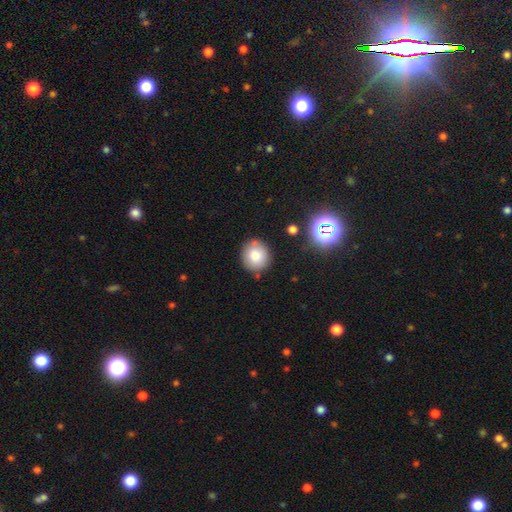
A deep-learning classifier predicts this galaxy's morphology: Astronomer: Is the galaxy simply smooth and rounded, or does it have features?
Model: smooth — 81%.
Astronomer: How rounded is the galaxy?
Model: round — 85%.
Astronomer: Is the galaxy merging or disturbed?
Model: none — 80%.